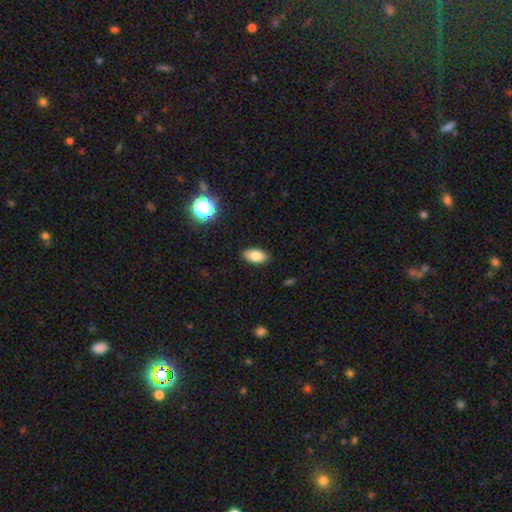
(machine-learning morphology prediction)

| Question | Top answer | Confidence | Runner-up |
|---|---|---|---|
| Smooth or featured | smooth | 83% | star or artifact (9%) |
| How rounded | in between | 92% | cigar-shaped (4%) |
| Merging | none | 87% | minor disturbance (9%) |